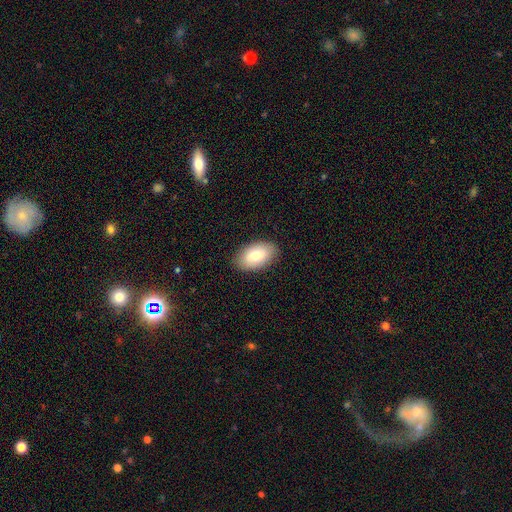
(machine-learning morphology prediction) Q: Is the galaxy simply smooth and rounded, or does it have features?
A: smooth — 78%.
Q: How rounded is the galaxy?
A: in between — 93%.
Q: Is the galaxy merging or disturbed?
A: none — 88%.